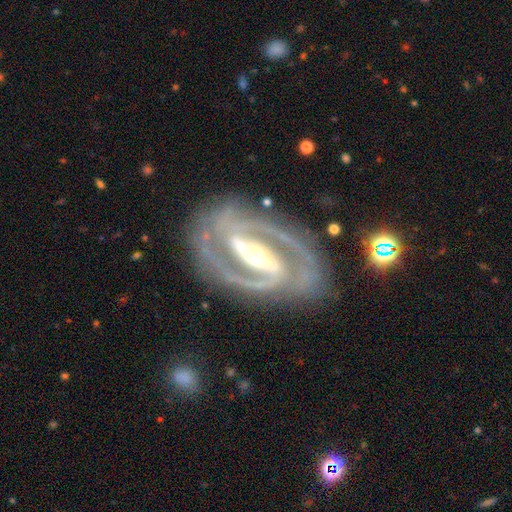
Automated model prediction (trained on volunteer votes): A featured or disk galaxy (93%) with a strong bar (76%), 2 (91%) tight (51%) spiral arms (98%) and a moderate central bulge (56%).

Vote fractions:
- Smooth or featured? featured or disk: 93% / star or artifact: 4% / smooth: 3%
- Edge-on disk? no: 96% / yes: 4%
- Bar? strong: 76% / weak: 17% / no: 7%
- Spiral arms? yes: 98% / no: 2%
- Spiral winding? tight: 51% / medium: 42% / loose: 6%
- Spiral arm count? 2: 91% / 3: 3% / can't tell: 2% / 1: 1% / 4: 1% / more than 4: 1%
- Bulge size? moderate: 56% / small: 35% / large: 7% / none: 1% / dominant: 1%
- Merging? none: 82% / minor disturbance: 12% / major disturbance: 4% / merger: 2%